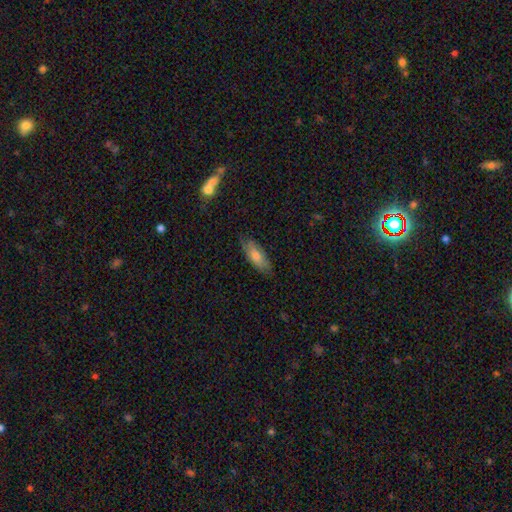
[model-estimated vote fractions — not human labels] Morphology: type=smooth (66%); roundness=in between (64%); merging=none (80%).